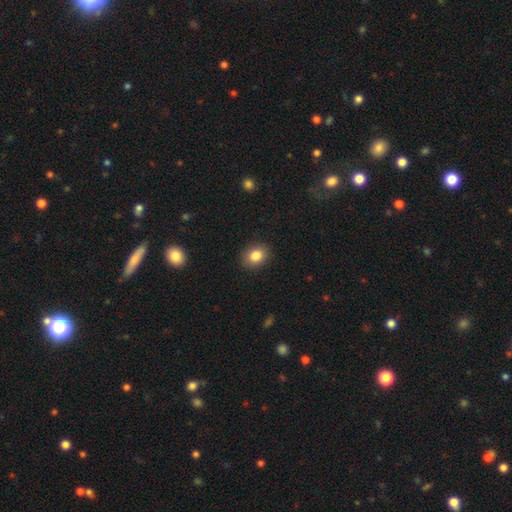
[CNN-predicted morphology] A smooth galaxy with no disk features (85%) that is round (50%). Merging: none (88%).